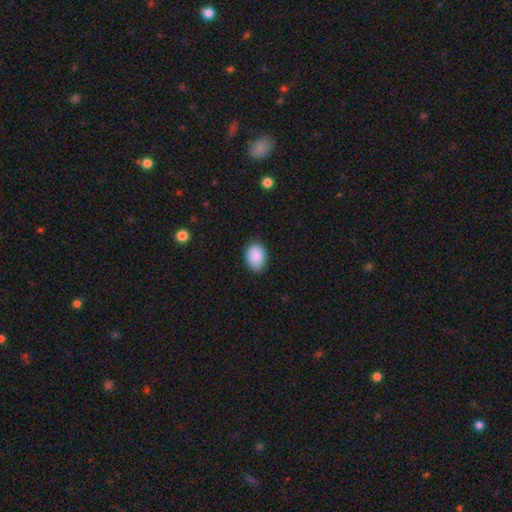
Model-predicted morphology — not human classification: Smooth or featured?
  - smooth: 90% *
  - star or artifact: 7%
  - featured or disk: 3%
How rounded?
  - in between: 81% *
  - round: 18%
  - cigar-shaped: 1%
Merging?
  - none: 84% *
  - minor disturbance: 12%
  - major disturbance: 2%
  - merger: 1%